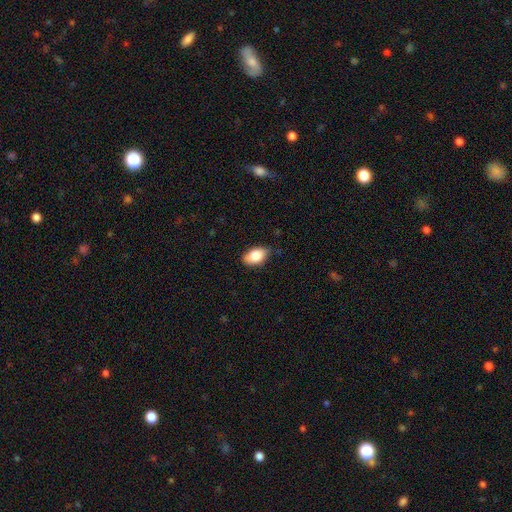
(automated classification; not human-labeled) smooth_or_featured: smooth (p=0.84) [alt: featured or disk p=0.09]
how_rounded: in between (p=0.91) [alt: round p=0.07]
merging: none (p=0.78) [alt: minor disturbance p=0.18]